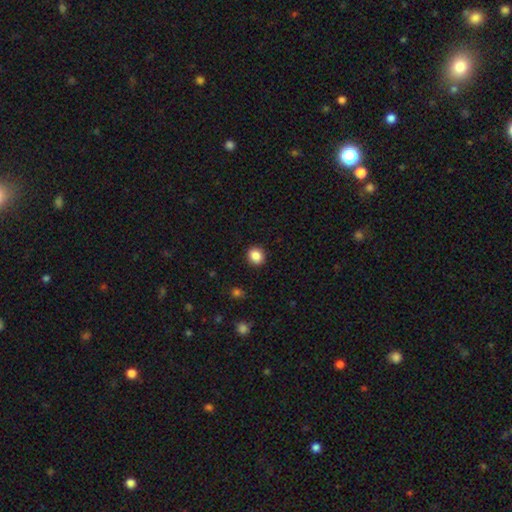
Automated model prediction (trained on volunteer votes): A smooth galaxy with no disk features (86%) that is round (78%).

Vote fractions:
- Smooth or featured? smooth: 86% / star or artifact: 10% / featured or disk: 4%
- How rounded? round: 78% / in between: 21% / cigar-shaped: 1%
- Merging? none: 91% / minor disturbance: 6% / major disturbance: 2% / merger: 1%